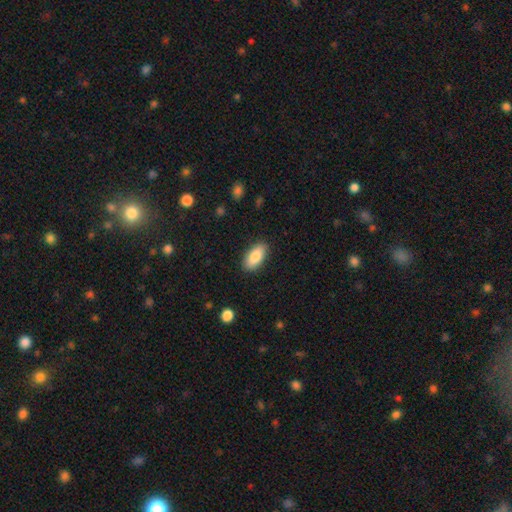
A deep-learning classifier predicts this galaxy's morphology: Q: Smooth or featured?
A: smooth (85%); runner-up: featured or disk (9%)
Q: How rounded?
A: in between (89%); runner-up: cigar-shaped (8%)
Q: Merging?
A: none (88%); runner-up: minor disturbance (9%)